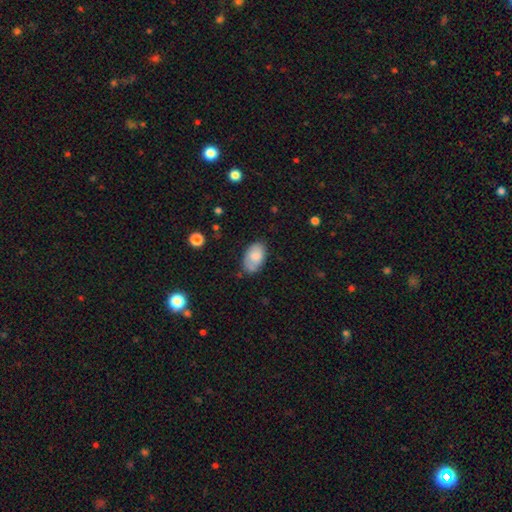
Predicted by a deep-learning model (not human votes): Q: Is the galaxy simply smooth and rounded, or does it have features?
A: smooth — 79%.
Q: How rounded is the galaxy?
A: in between — 92%.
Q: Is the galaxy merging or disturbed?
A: none — 66%.